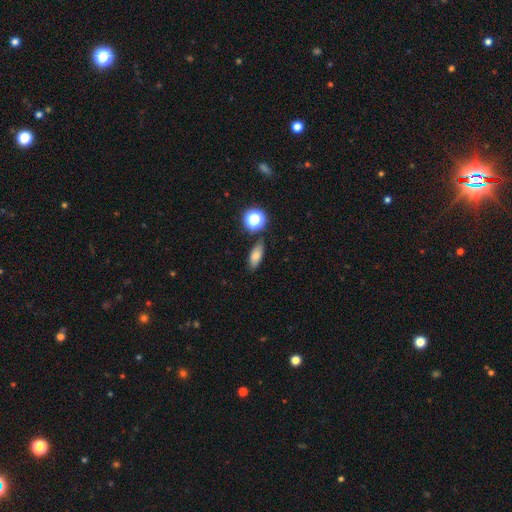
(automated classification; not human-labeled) smooth_or_featured: smooth (p=0.78) [alt: star or artifact p=0.13]
how_rounded: in between (p=0.76) [alt: cigar-shaped p=0.15]
merging: none (p=0.80) [alt: minor disturbance p=0.12]